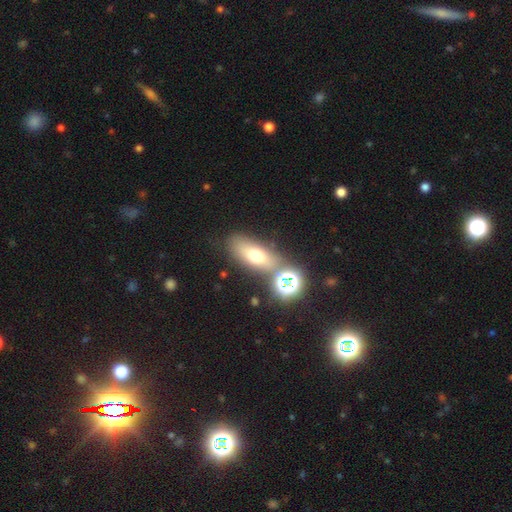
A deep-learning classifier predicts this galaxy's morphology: Overall: smooth (61%; featured or disk 22%). How rounded: in between (66%). Merging: none (69%).